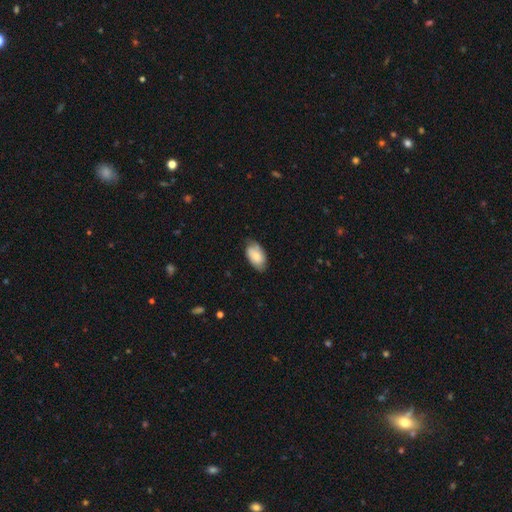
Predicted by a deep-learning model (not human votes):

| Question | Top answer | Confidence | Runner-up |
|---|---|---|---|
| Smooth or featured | smooth | 71% | featured or disk (22%) |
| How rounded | in between | 94% | round (4%) |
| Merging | none | 66% | minor disturbance (27%) |